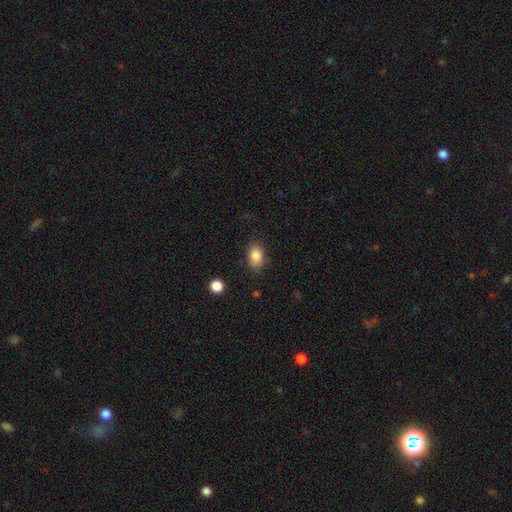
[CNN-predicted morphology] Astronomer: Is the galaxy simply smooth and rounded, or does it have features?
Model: smooth — 85%.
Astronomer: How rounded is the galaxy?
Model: in between — 87%.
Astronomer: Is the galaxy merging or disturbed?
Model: none — 81%.